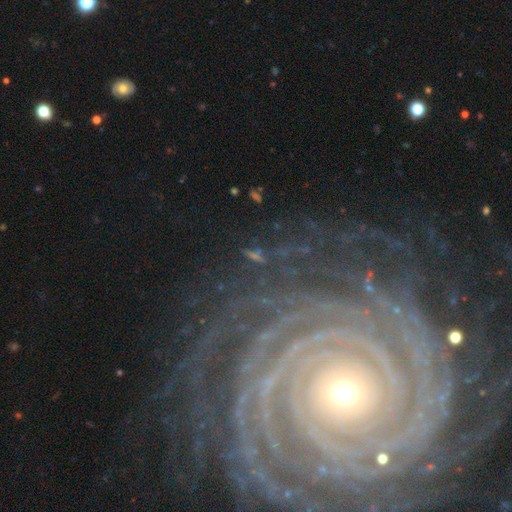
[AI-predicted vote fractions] This appears to be a featured or disk galaxy (56%). Merging: none (72%).